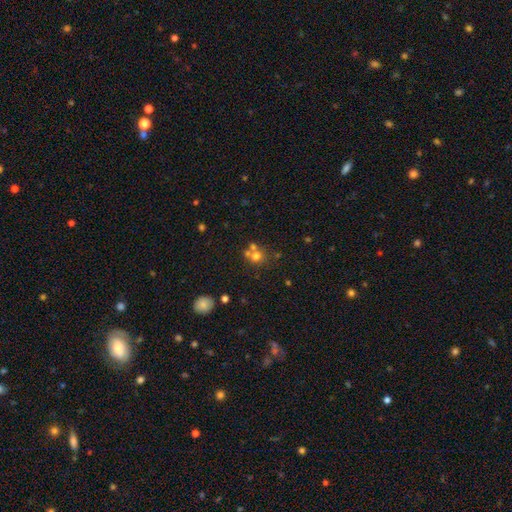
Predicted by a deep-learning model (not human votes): This appears to be a smooth galaxy with no disk features (66%) that is round (83%). Merging: none (48%).